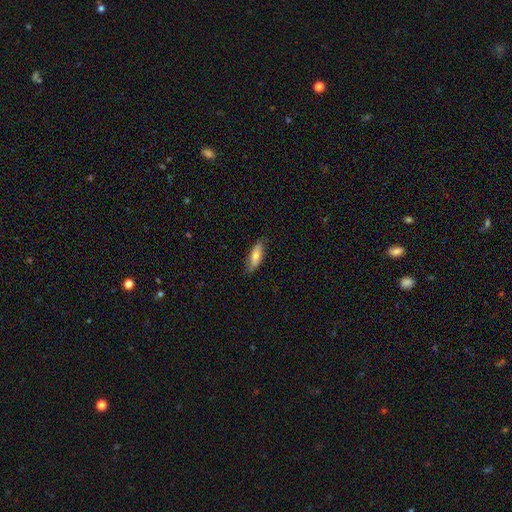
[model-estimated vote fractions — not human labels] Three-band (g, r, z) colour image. It shows a smooth galaxy with no disk features (68%) that is in between round and cigar-shaped (63%). Merging: none (80%).